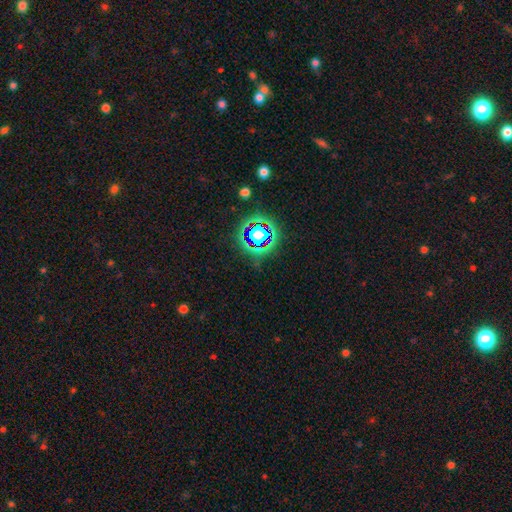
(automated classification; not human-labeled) Morphology: type=star or artifact (79%).